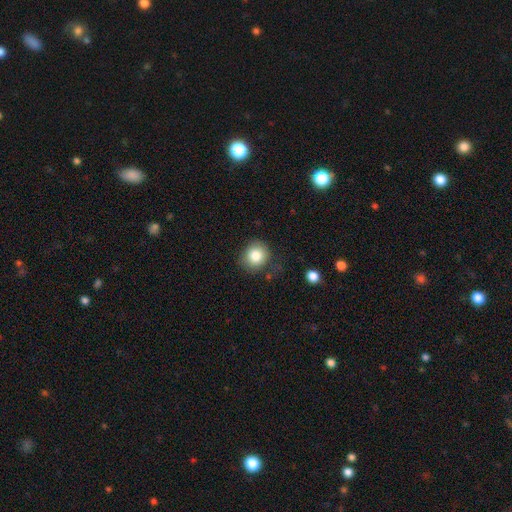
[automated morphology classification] smooth-or-featured: smooth: 83% | star or artifact: 9% | featured or disk: 8%
  how-rounded: round: 83% | in between: 16% | cigar-shaped: 1%
  merging: none: 74% | minor disturbance: 17% | major disturbance: 6% | merger: 3%